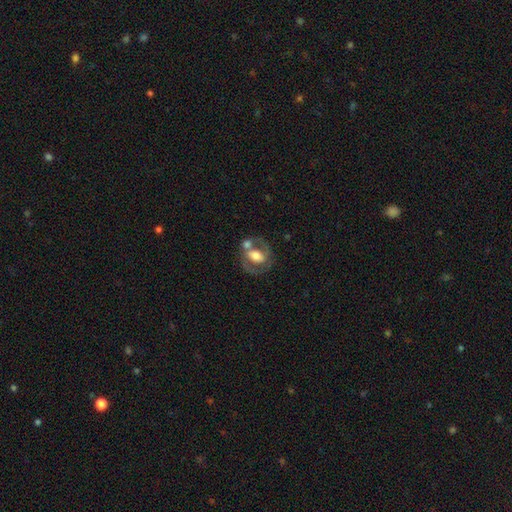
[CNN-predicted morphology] This appears to be a featured or disk galaxy (63%) with no bar (47%), spiral arms (64%) and a moderate central bulge (54%). Merging: none (47%).